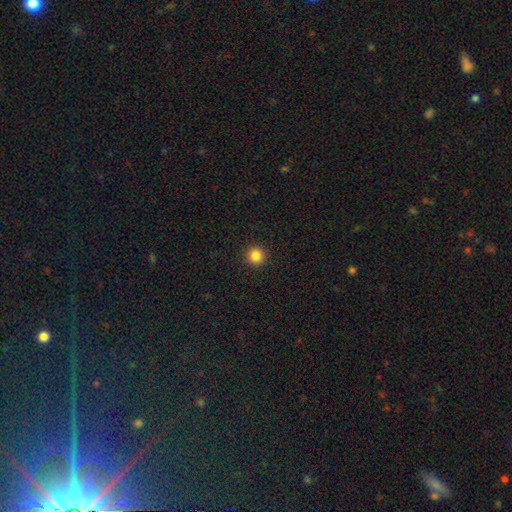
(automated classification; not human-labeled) The model was most divided on "smooth or featured": smooth: 85%, star or artifact: 11%, featured or disk: 4%. More confident: how rounded — round (95%); merging — none (93%).